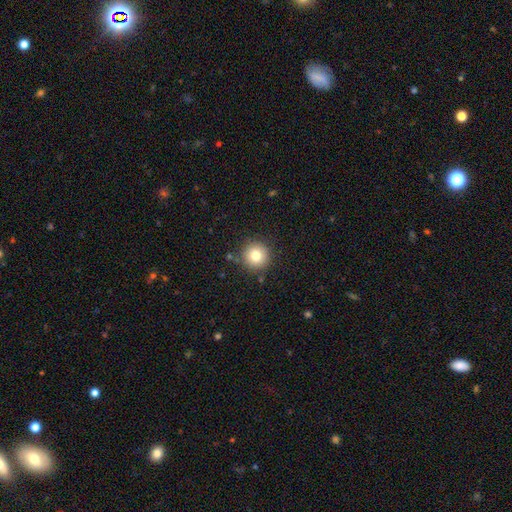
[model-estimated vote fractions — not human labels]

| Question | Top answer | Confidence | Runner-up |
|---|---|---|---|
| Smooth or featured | smooth | 79% | star or artifact (11%) |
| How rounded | round | 96% | in between (3%) |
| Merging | none | 88% | minor disturbance (7%) |